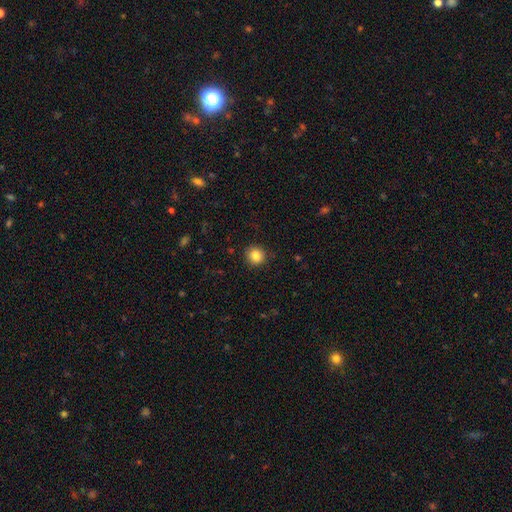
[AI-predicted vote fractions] Overall: smooth (85%). How rounded: round (91%). Merging: none (90%).